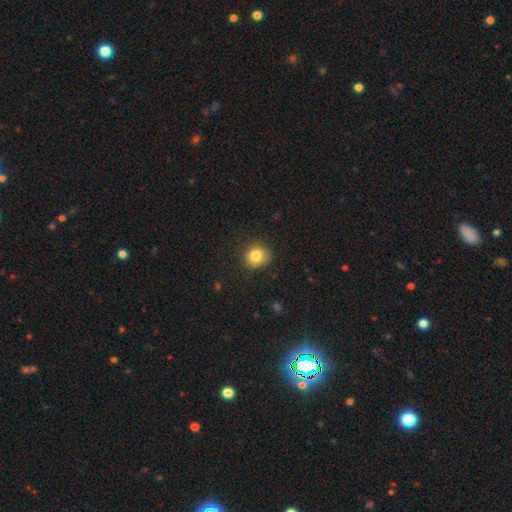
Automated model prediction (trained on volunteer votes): Overall: smooth (82%). How rounded: round (79%). Merging: none (78%).